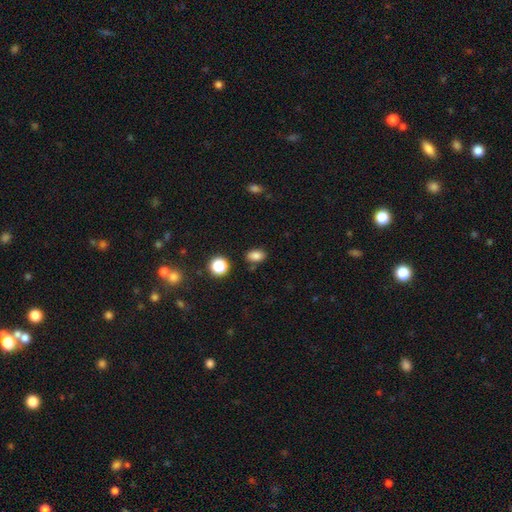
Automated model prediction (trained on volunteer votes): Smooth or featured? smooth (83%)
How rounded? in between (79%)
Merging? none (81%)